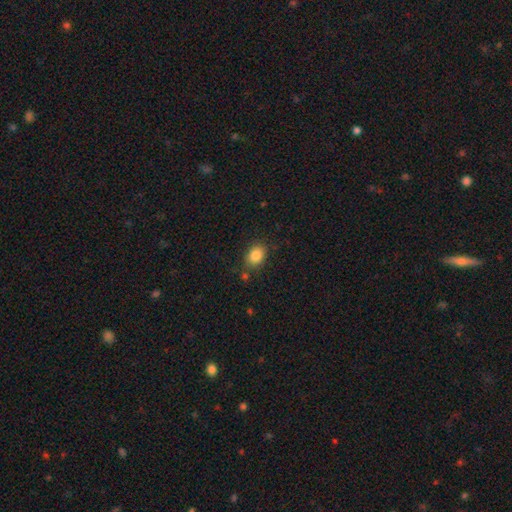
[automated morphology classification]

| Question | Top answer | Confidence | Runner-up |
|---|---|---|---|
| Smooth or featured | smooth | 84% | star or artifact (10%) |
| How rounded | in between | 59% | round (40%) |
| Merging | none | 80% | minor disturbance (13%) |